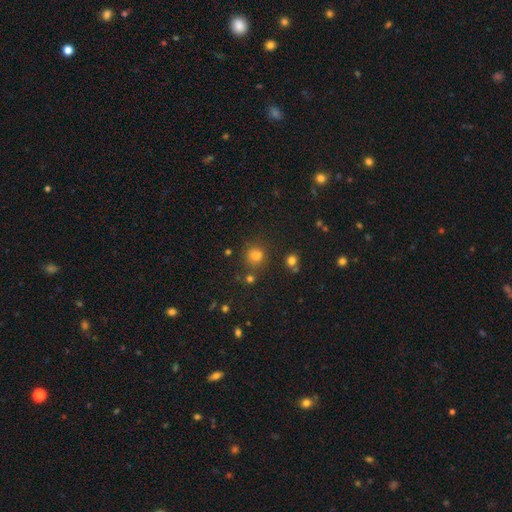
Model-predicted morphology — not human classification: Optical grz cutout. It shows a smooth galaxy with no disk features (73%) that is round (87%). Merging: none (77%).